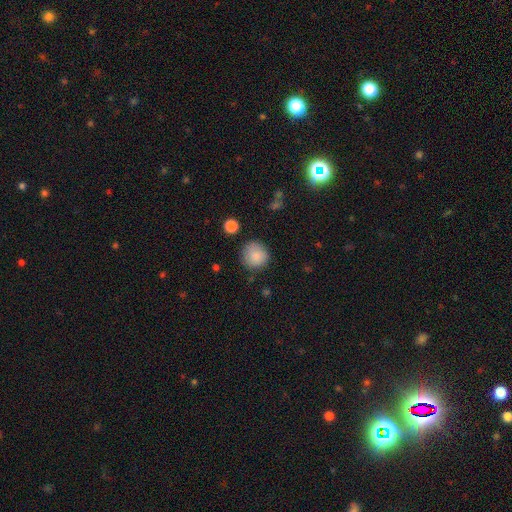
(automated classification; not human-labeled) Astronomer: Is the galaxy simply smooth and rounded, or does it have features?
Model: smooth — 83%.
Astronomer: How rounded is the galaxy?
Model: round — 92%.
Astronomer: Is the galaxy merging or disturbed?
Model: none — 79%.